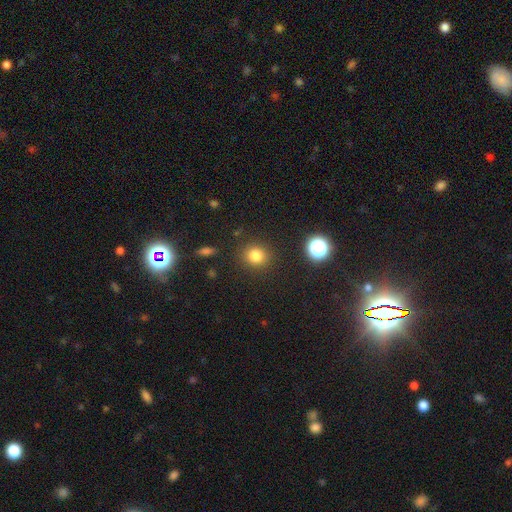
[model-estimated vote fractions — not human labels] smooth-or-featured: smooth: 81% | star or artifact: 14% | featured or disk: 6%
  how-rounded: round: 84% | in between: 15% | cigar-shaped: 1%
  merging: none: 89% | minor disturbance: 7% | major disturbance: 3% | merger: 2%